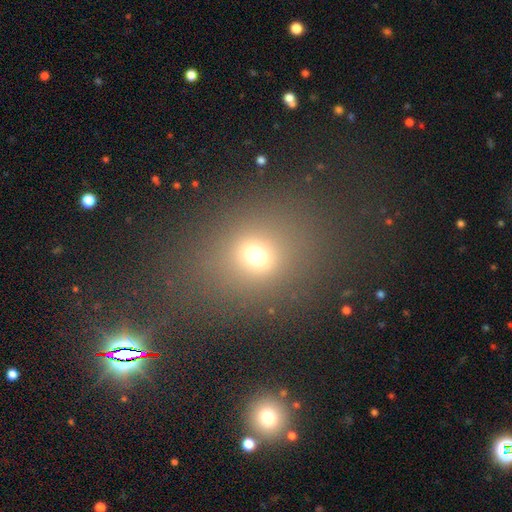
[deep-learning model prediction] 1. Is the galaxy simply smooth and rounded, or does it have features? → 68% smooth, 22% star or artifact, 10% featured or disk.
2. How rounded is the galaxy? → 69% round, 30% in between, 1% cigar-shaped.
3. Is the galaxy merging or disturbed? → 78% none, 10% minor disturbance, 7% major disturbance, 4% merger.